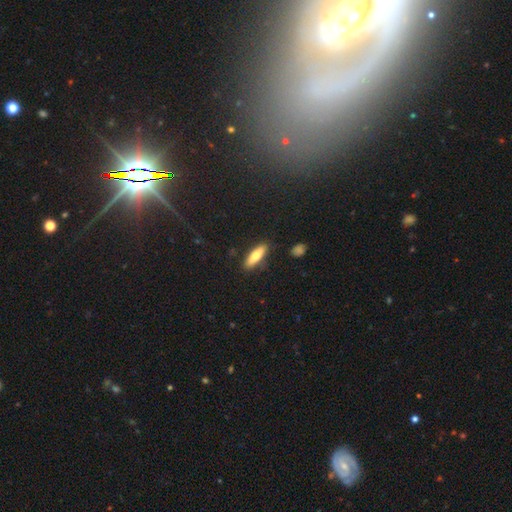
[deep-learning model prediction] Morphology: type=smooth (67%); roundness=cigar-shaped (59%); merging=none (86%).